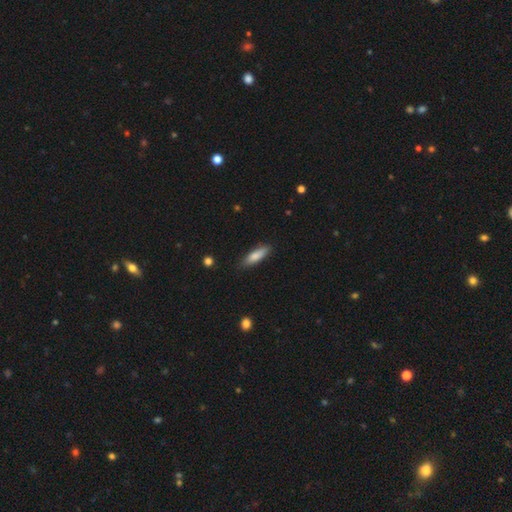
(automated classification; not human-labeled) smooth-or-featured: smooth: 81% | featured or disk: 13% | star or artifact: 6%
  how-rounded: cigar-shaped: 59% | in between: 39% | round: 2%
  merging: none: 84% | minor disturbance: 12% | major disturbance: 2% | merger: 1%